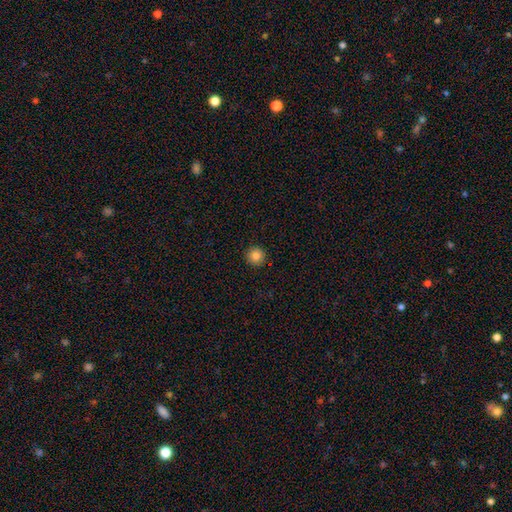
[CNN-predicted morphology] smooth-or-featured: smooth: 83% | star or artifact: 11% | featured or disk: 6%
  how-rounded: round: 96% | in between: 3% | cigar-shaped: 1%
  merging: none: 93% | minor disturbance: 5% | major disturbance: 2% | merger: 1%